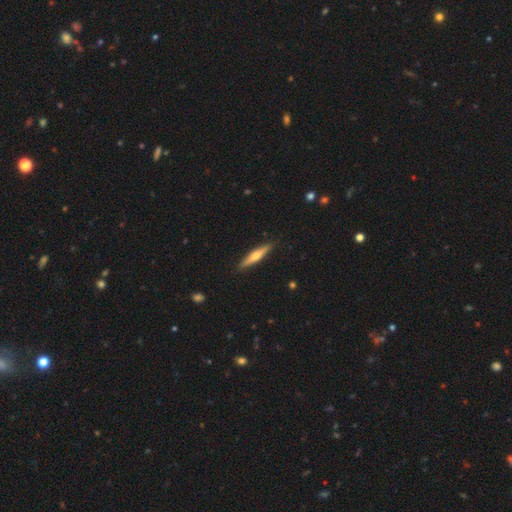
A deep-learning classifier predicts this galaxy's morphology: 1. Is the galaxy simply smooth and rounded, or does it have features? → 52% featured or disk, 43% smooth, 6% star or artifact.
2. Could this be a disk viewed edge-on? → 96% yes, 4% no.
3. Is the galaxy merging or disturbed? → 90% none, 7% minor disturbance, 1% major disturbance, 1% merger.